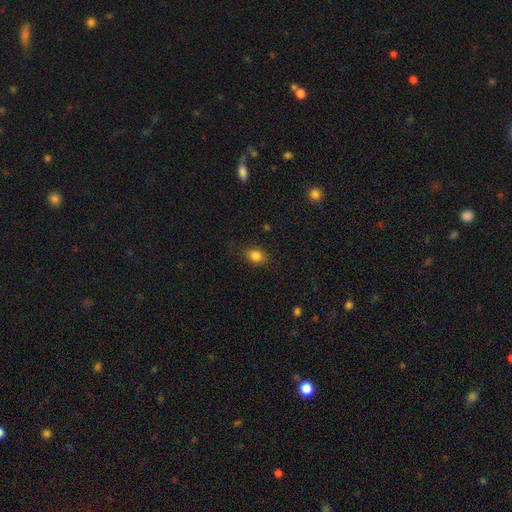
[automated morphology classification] smooth_or_featured: smooth (p=0.84) [alt: star or artifact p=0.11]
how_rounded: in between (p=0.55) [alt: round p=0.43]
merging: none (p=0.82) [alt: minor disturbance p=0.14]